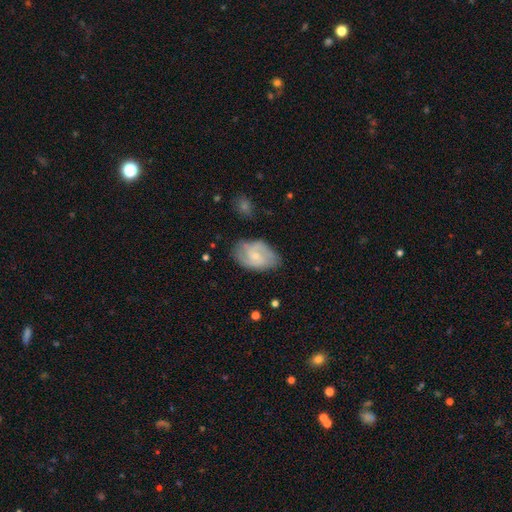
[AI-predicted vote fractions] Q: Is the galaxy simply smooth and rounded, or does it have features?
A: featured or disk — 71%.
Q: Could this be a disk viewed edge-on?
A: no — 97%.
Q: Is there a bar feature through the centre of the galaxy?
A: no — 49%.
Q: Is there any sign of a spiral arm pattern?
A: yes — 91%.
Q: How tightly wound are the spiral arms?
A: medium — 49%.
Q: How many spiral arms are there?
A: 2 — 69%.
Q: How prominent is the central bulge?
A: small — 66%.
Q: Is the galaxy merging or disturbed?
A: none — 71%.